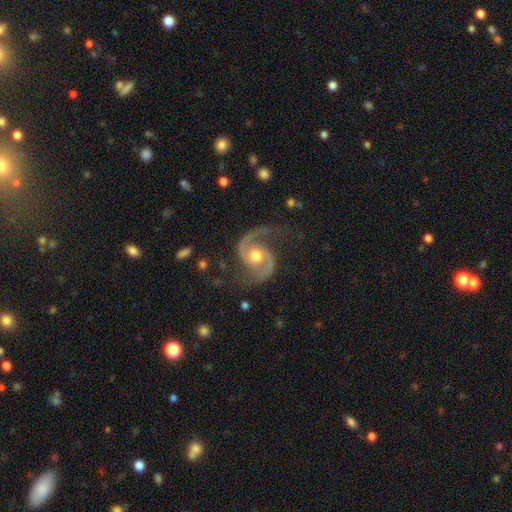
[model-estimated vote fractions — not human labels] Smooth or featured? Predicted: featured or disk (p=0.93). Edge-on disk? Predicted: no (p=0.98). Bar? Predicted: no (p=0.64). Spiral arms? Predicted: yes (p=0.98). Spiral winding? Predicted: medium (p=0.61). Spiral arm count? Predicted: 2 (p=0.94). Bulge size? Predicted: moderate (p=0.76). Merging? Predicted: none (p=0.75).